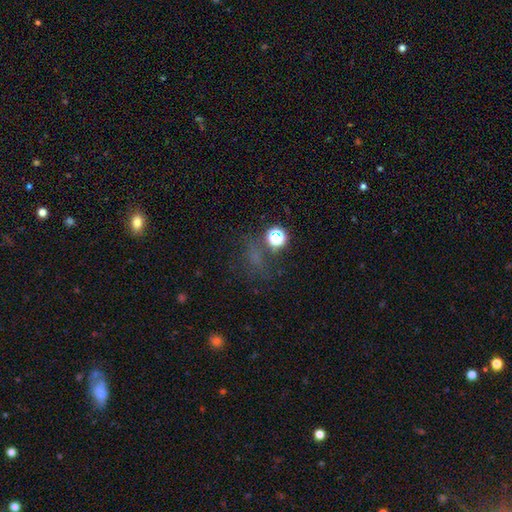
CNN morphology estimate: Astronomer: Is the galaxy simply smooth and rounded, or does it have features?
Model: smooth — 48% (runner-up: star or artifact, 39%).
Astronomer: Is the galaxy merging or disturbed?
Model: none — 58%.